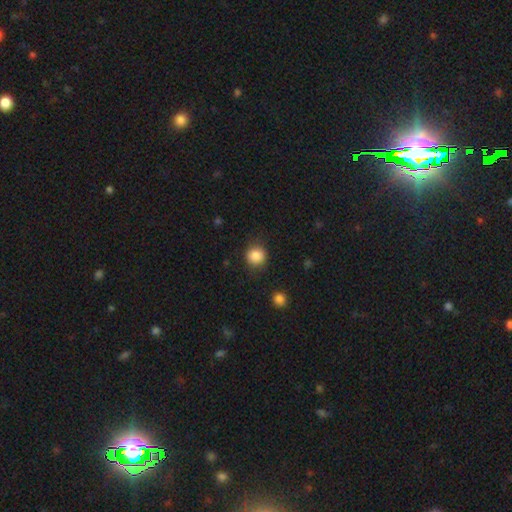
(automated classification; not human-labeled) smooth_or_featured: smooth (p=0.85) [alt: star or artifact p=0.10]
how_rounded: round (p=0.90) [alt: in between p=0.09]
merging: none (p=0.84) [alt: minor disturbance p=0.11]